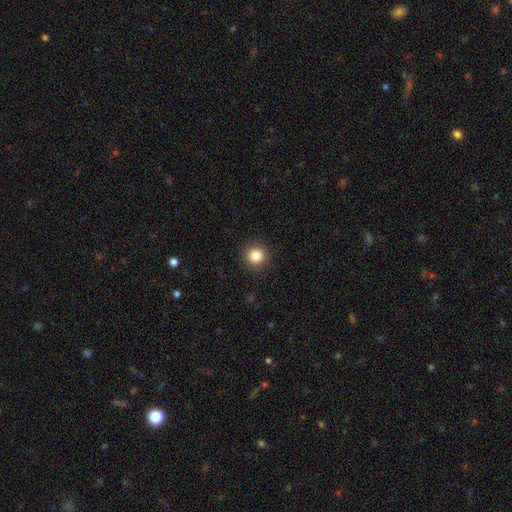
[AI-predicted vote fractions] Morphology: type=smooth (85%); roundness=round (93%); merging=none (91%).